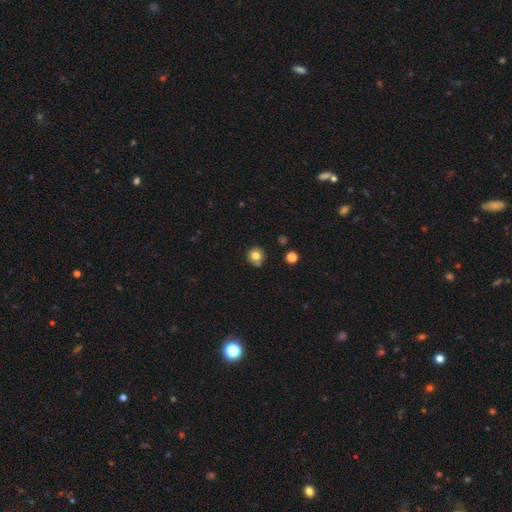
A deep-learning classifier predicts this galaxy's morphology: A smooth galaxy with no disk features (79%) that is round (92%). Merging: none (79%).